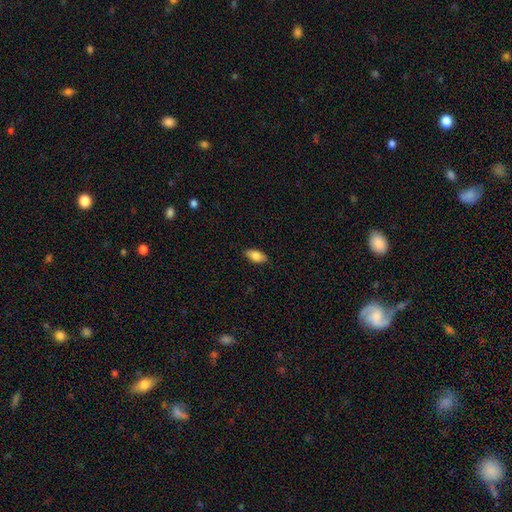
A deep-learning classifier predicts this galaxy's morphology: Smooth or featured?
  - smooth: 81% *
  - featured or disk: 12%
  - star or artifact: 7%
How rounded?
  - in between: 90% *
  - cigar-shaped: 7%
  - round: 3%
Merging?
  - none: 87% *
  - minor disturbance: 10%
  - major disturbance: 2%
  - merger: 1%